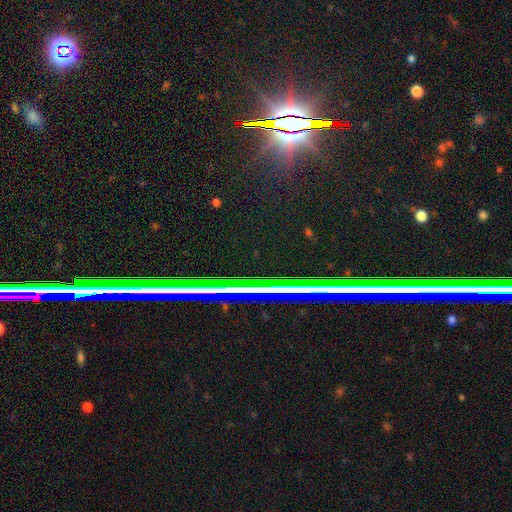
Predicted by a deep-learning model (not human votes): This appears to be a star or artifact, not a galaxy (72%).